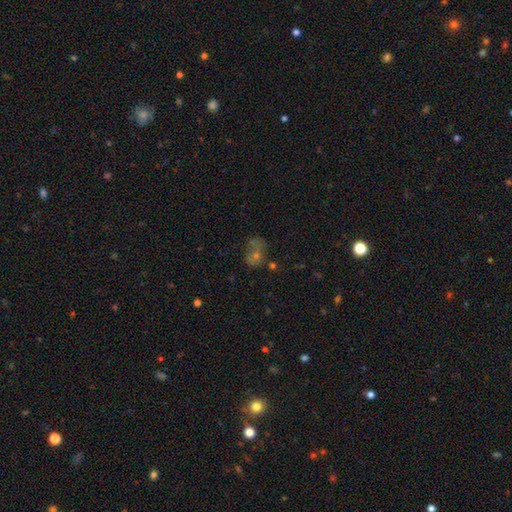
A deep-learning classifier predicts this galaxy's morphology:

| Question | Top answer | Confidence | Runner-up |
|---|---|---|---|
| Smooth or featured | smooth | 39% | featured or disk (31%) |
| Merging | none | 43% | major disturbance (25%) |